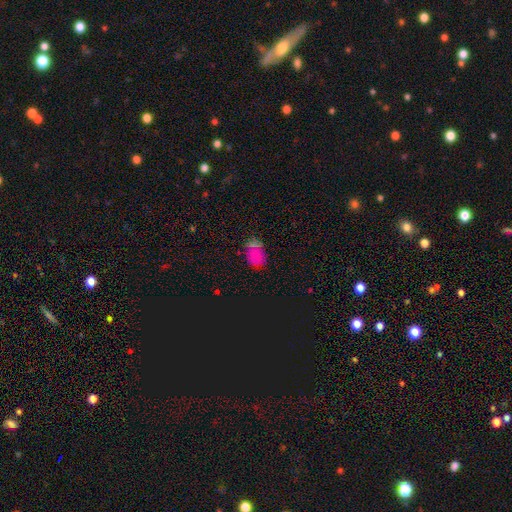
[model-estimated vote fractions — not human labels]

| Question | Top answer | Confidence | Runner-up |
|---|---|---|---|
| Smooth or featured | smooth | 60% | star or artifact (30%) |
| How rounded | in between | 74% | round (24%) |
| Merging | none | 74% | minor disturbance (16%) |